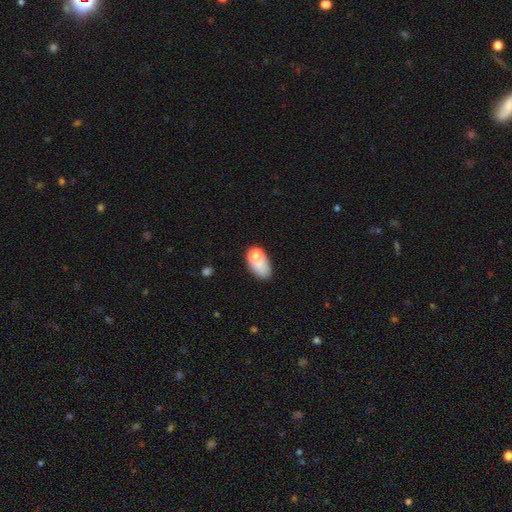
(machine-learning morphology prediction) This is likely a smooth galaxy (71%). How rounded: clearly in between (84%). Merging: marginally none (33%).